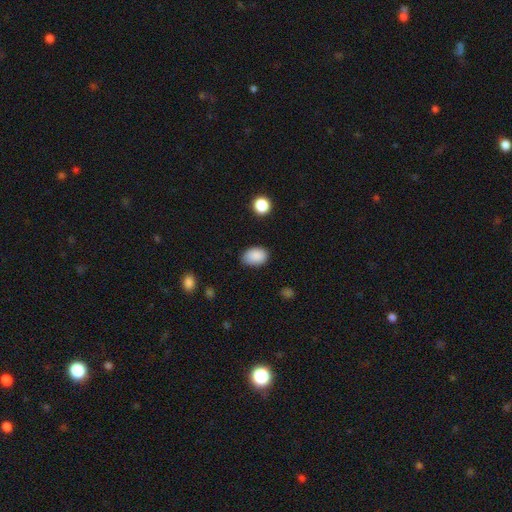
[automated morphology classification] A smooth galaxy with no disk features (88%) that is in between round and cigar-shaped (83%). Merging: none (78%).